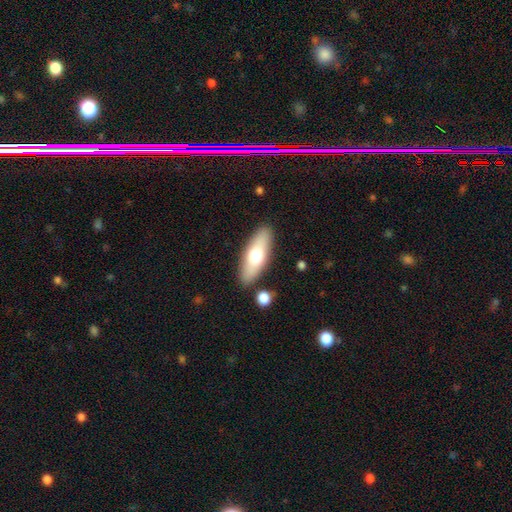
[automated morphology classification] Overall: smooth (63%; featured or disk 31%). How rounded: in between (60%; cigar-shaped 38%). Merging: none (85%).